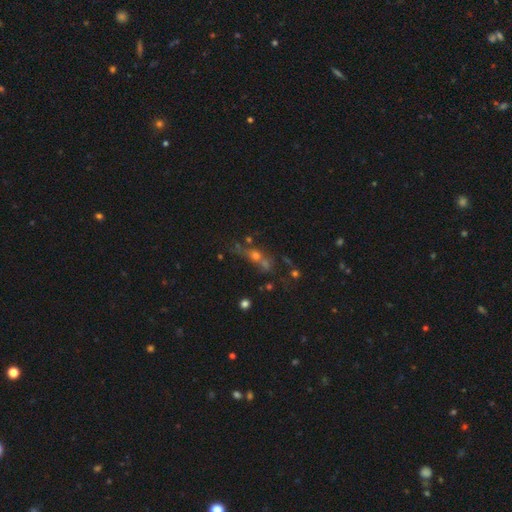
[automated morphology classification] This is marginally a smooth galaxy (40%). Merging: marginally none (40%).